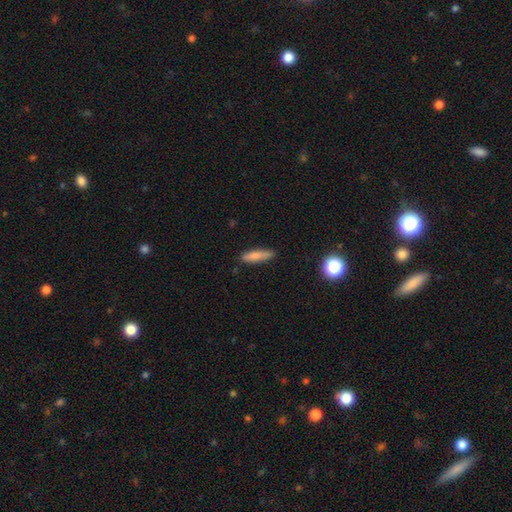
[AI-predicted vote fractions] smooth-or-featured: smooth: 80% | featured or disk: 13% | star or artifact: 7%
  how-rounded: cigar-shaped: 74% | in between: 24% | round: 2%
  merging: none: 84% | minor disturbance: 12% | major disturbance: 2% | merger: 2%